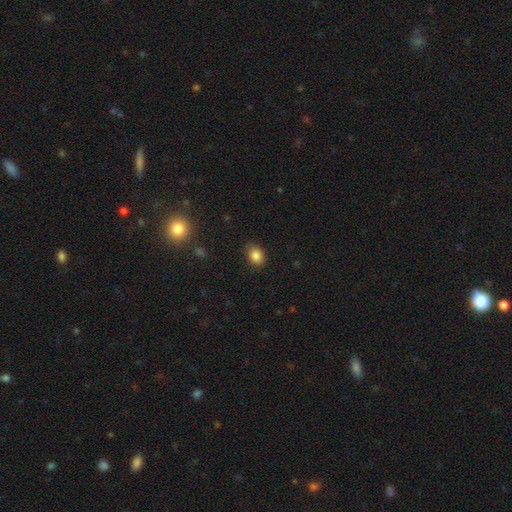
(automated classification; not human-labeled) This appears to be a smooth galaxy with no disk features (84%) that is in between round and cigar-shaped (60%). Merging: none (77%).